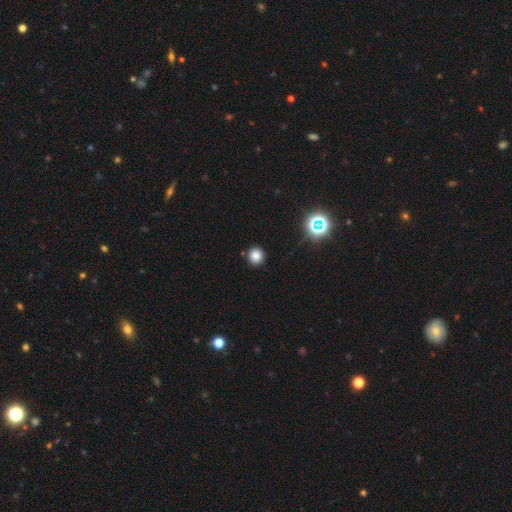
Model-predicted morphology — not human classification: This is likely a smooth galaxy (80%). How rounded: clearly round (91%). Merging: clearly none (89%).